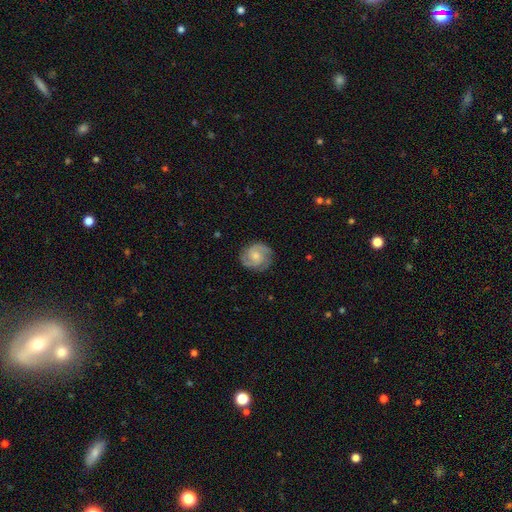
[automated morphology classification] The model was most divided on "spiral arm count": 2: 39%, 3: 32%, can't tell: 17%, 4: 5%, 1: 4%, more than 4: 3%. Remaining: edge-on disk — no (98%); spiral arms — yes (93%); merging — none (79%); smooth or featured — featured or disk (68%); bar — no (68%); bulge size — moderate (50%); spiral winding — tight (48%).